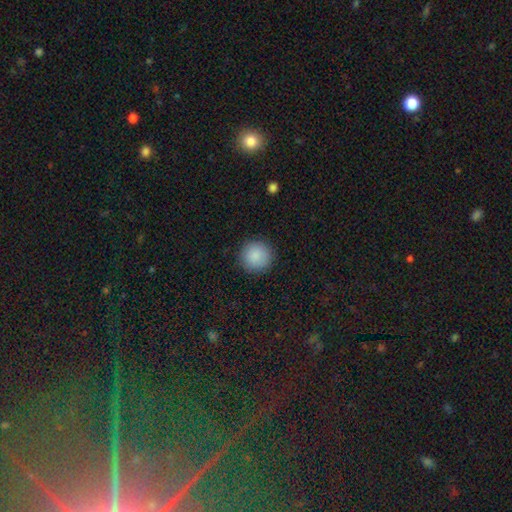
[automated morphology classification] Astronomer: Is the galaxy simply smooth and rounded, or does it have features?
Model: smooth — 88%.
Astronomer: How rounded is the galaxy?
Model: round — 95%.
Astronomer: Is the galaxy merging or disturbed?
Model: none — 91%.